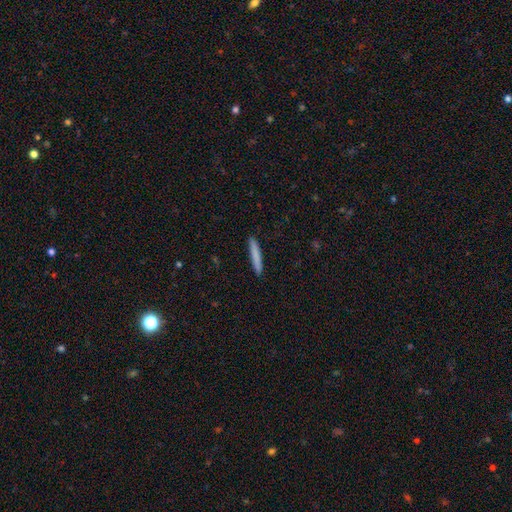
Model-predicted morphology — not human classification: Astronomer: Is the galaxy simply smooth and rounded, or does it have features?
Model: smooth — 81%.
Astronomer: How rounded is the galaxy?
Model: cigar-shaped — 95%.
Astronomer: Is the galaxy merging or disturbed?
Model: none — 92%.